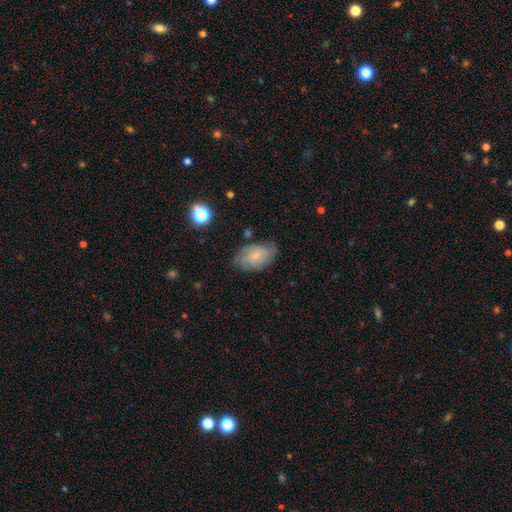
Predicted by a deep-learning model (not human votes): A smooth galaxy with no disk features (54%) that is in between round and cigar-shaped (90%).

Vote fractions:
- Smooth or featured? smooth: 54% / featured or disk: 38% / star or artifact: 8%
- How rounded? in between: 90% / round: 9% / cigar-shaped: 2%
- Merging? none: 70% / minor disturbance: 22% / major disturbance: 6% / merger: 2%